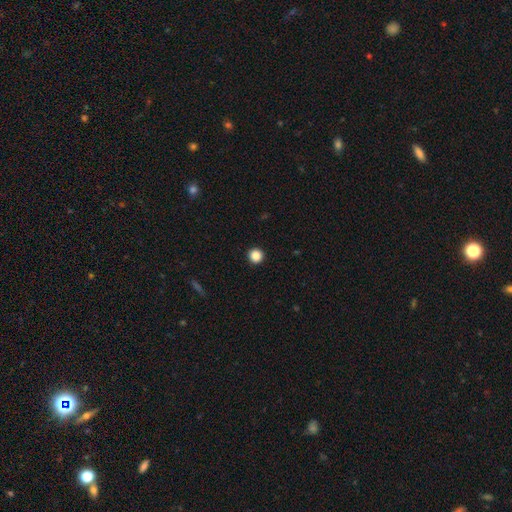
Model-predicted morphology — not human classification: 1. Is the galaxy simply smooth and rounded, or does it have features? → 87% smooth, 10% star or artifact, 3% featured or disk.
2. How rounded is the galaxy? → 96% round, 3% in between, 1% cigar-shaped.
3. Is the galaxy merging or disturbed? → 94% none, 4% minor disturbance, 1% major disturbance, 1% merger.